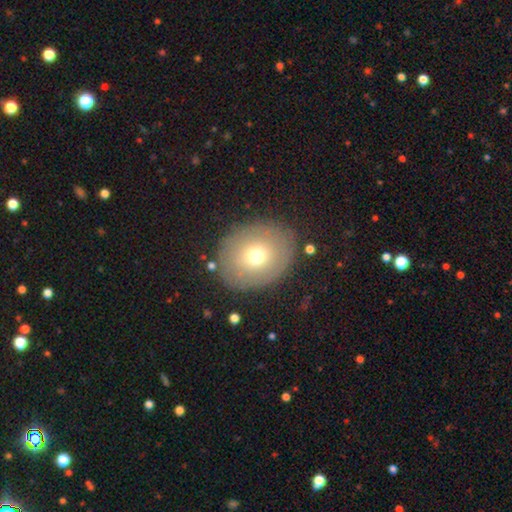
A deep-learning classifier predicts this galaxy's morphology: type=smooth (67%); roundness=round (56%); merging=none (83%).